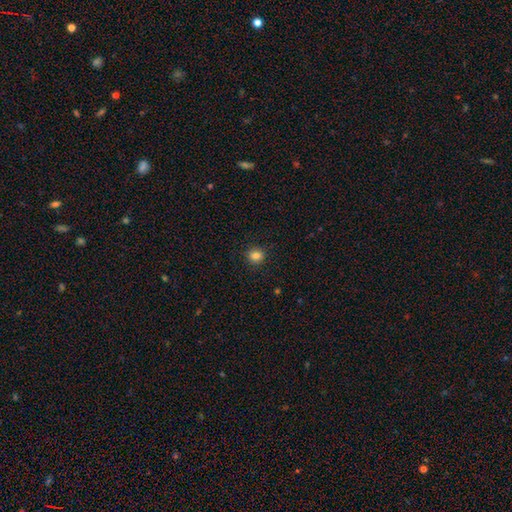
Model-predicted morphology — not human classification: smooth_or_featured: smooth (p=0.83) [alt: star or artifact p=0.12]
how_rounded: round (p=0.80) [alt: in between p=0.19]
merging: none (p=0.89) [alt: minor disturbance p=0.08]